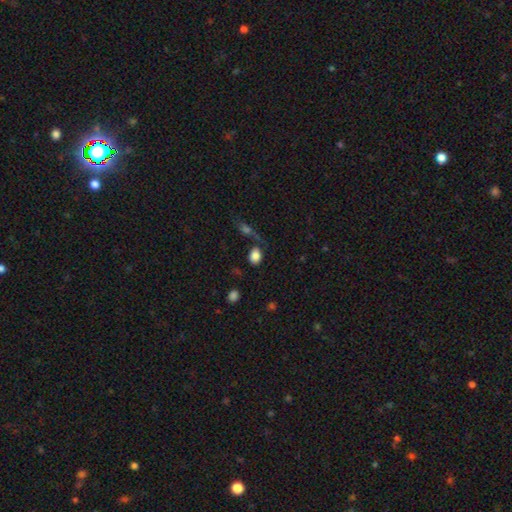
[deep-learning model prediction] Q: Smooth or featured?
A: smooth (85%); runner-up: star or artifact (9%)
Q: How rounded?
A: in between (70%); runner-up: round (29%)
Q: Merging?
A: none (63%); runner-up: minor disturbance (15%)